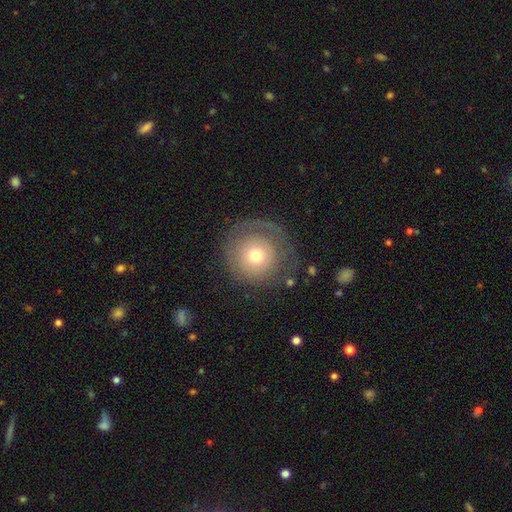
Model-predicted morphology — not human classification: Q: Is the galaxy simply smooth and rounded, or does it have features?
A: smooth — 55%.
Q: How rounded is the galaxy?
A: round — 94%.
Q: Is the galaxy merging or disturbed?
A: none — 69%.